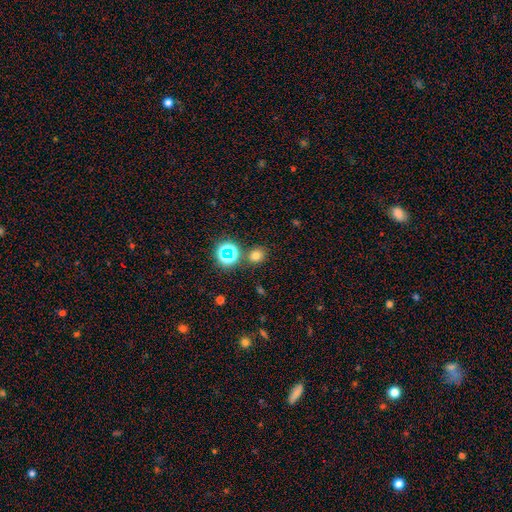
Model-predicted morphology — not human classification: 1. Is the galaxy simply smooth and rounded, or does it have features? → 68% smooth, 25% star or artifact, 7% featured or disk.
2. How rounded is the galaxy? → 79% round, 20% in between, 1% cigar-shaped.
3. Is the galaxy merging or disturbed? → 81% none, 8% minor disturbance, 8% merger, 3% major disturbance.